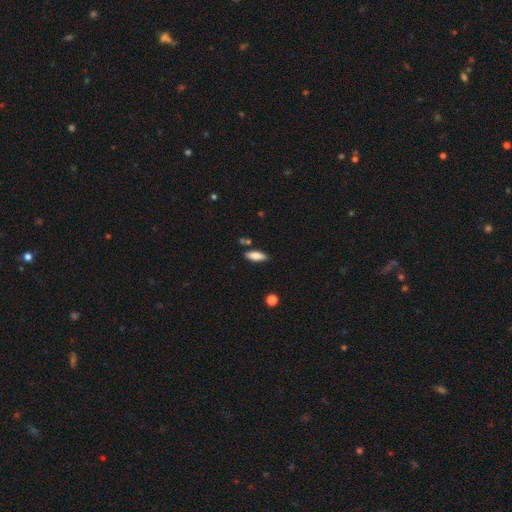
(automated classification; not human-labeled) smooth_or_featured: smooth (p=0.75) [alt: featured or disk p=0.19]
how_rounded: in between (p=0.69) [alt: cigar-shaped p=0.29]
merging: none (p=0.82) [alt: minor disturbance p=0.11]